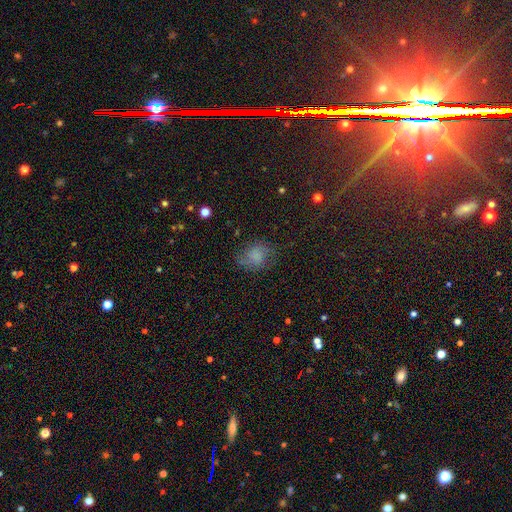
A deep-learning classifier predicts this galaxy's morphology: Overall: smooth (64%). How rounded: round (51%; in between 48%). Merging: none (64%).